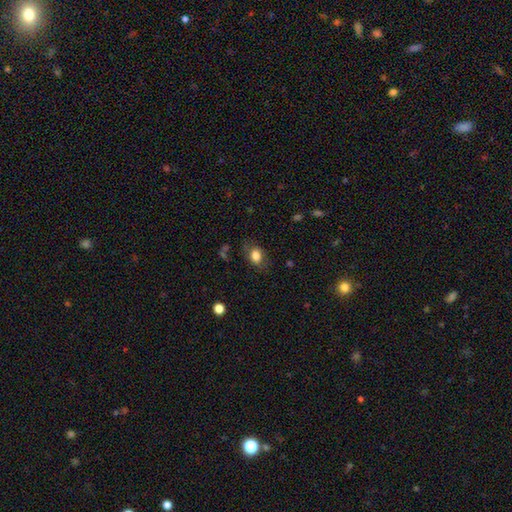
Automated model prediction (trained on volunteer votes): The model was most divided on "how rounded": in between: 68%, round: 31%, cigar-shaped: 1%. More confident: smooth or featured — smooth (80%); merging — none (72%).